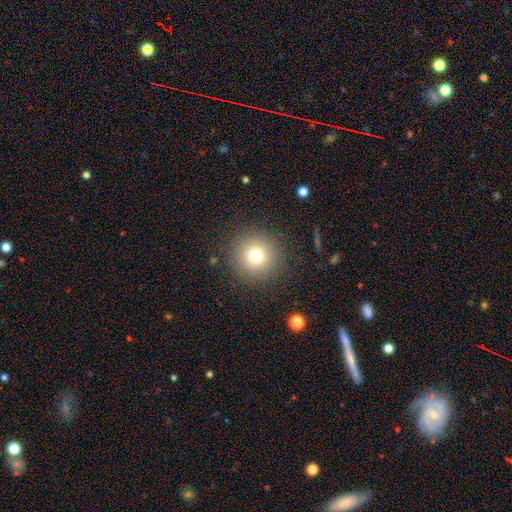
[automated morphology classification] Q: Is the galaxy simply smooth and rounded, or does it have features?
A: smooth — 75%.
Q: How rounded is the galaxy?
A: round — 96%.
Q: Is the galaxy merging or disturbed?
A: none — 90%.